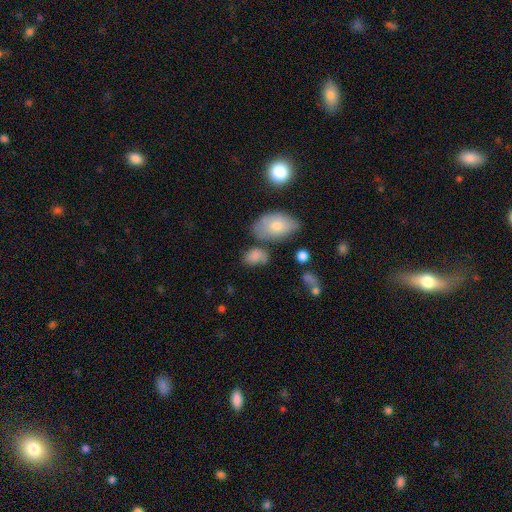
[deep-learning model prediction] A smooth galaxy with no disk features (79%) that is in between round and cigar-shaped (81%). Merging: none (49%).